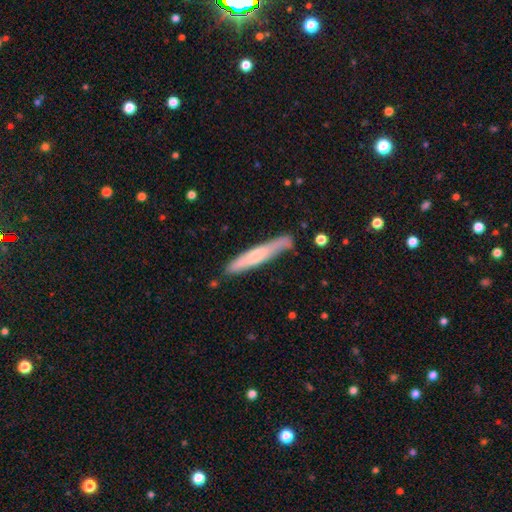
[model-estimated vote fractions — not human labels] smooth_or_featured: smooth (p=0.54) [alt: featured or disk p=0.41]
how_rounded: cigar-shaped (p=0.93) [alt: in between p=0.06]
merging: none (p=0.76) [alt: minor disturbance p=0.18]